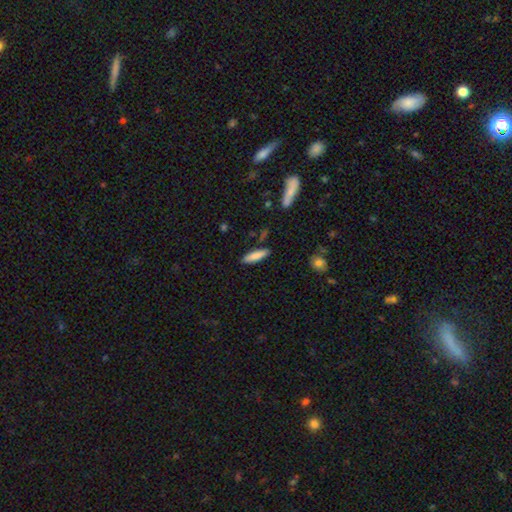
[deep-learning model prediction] smooth-or-featured: smooth: 82% | featured or disk: 12% | star or artifact: 6%
  how-rounded: cigar-shaped: 66% | in between: 33% | round: 2%
  merging: none: 87% | minor disturbance: 9% | merger: 2% | major disturbance: 2%